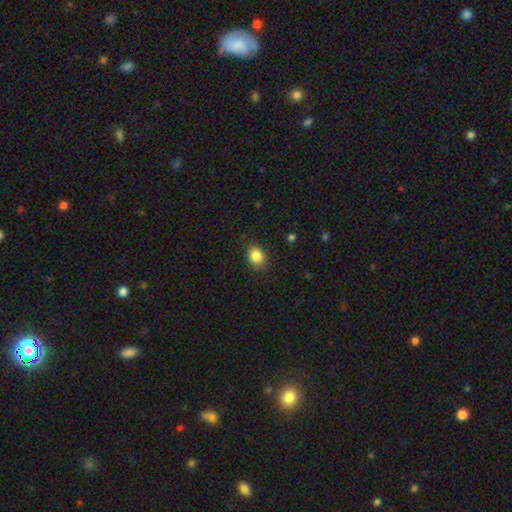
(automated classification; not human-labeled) Smooth or featured: smooth — 86% (star or artifact — 9%)
How rounded: in between — 58% (round — 41%)
Merging: none — 83% (minor disturbance — 13%)